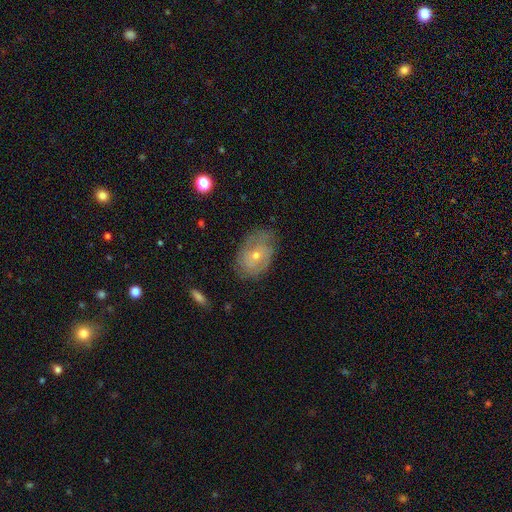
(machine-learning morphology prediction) smooth-or-featured: featured or disk: 50% | smooth: 41% | star or artifact: 9%
  disk-edge-on: no: 93% | yes: 7%
  merging: none: 70% | minor disturbance: 22% | major disturbance: 7% | merger: 1%